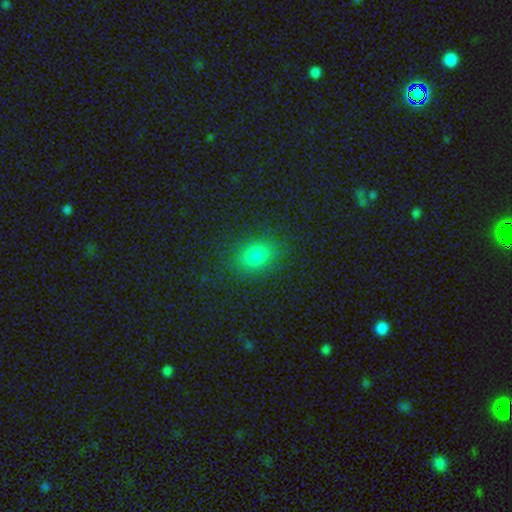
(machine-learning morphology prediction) A smooth galaxy with no disk features (80%) that is in between round and cigar-shaped (59%). Merging: none (84%).